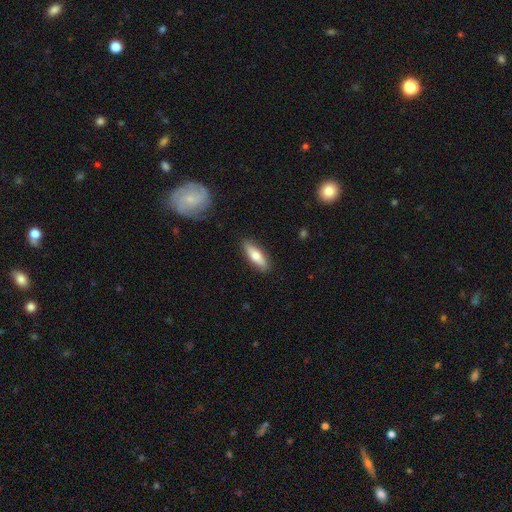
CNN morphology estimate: smooth_or_featured: smooth (p=0.69) [alt: featured or disk p=0.25]
how_rounded: in between (p=0.55) [alt: cigar-shaped p=0.42]
merging: none (p=0.87) [alt: minor disturbance p=0.09]